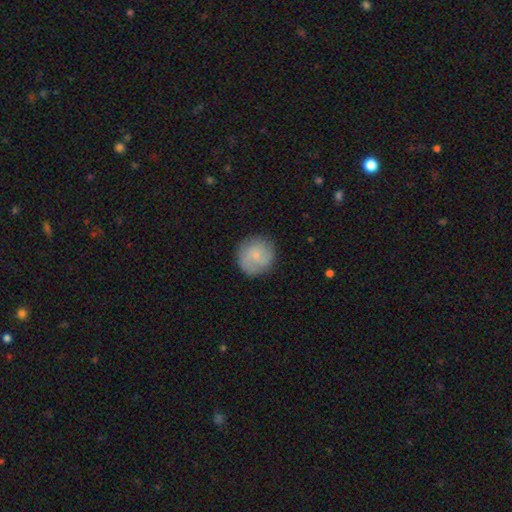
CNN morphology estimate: A smooth galaxy with no disk features (62%) that is round (92%). Merging: none (83%).